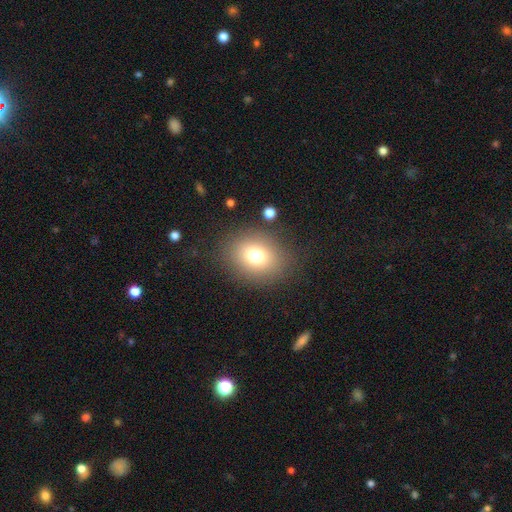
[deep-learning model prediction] A smooth galaxy with no disk features (74%) that is round (53%). Merging: none (82%).